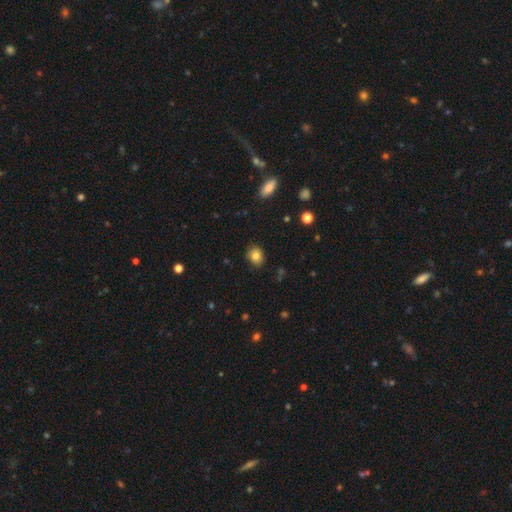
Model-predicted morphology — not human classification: Smooth or featured?
  - smooth: 82% *
  - star or artifact: 10%
  - featured or disk: 8%
How rounded?
  - round: 52% *
  - in between: 46%
  - cigar-shaped: 1%
Merging?
  - none: 85% *
  - minor disturbance: 11%
  - major disturbance: 2%
  - merger: 1%